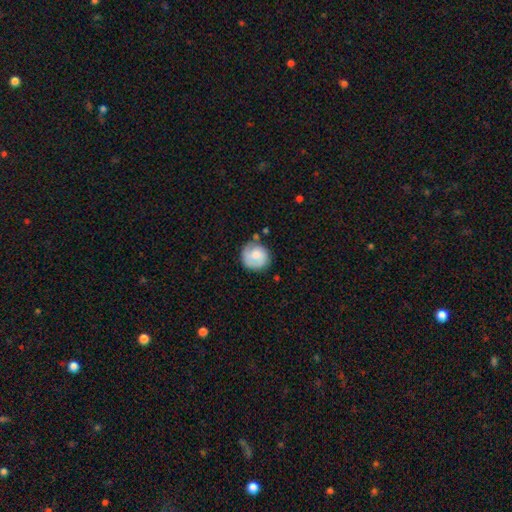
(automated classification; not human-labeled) The model was most divided on "smooth or featured": smooth: 60%, featured or disk: 34%, star or artifact: 7%. More confident: how rounded — round (89%); merging — none (69%).